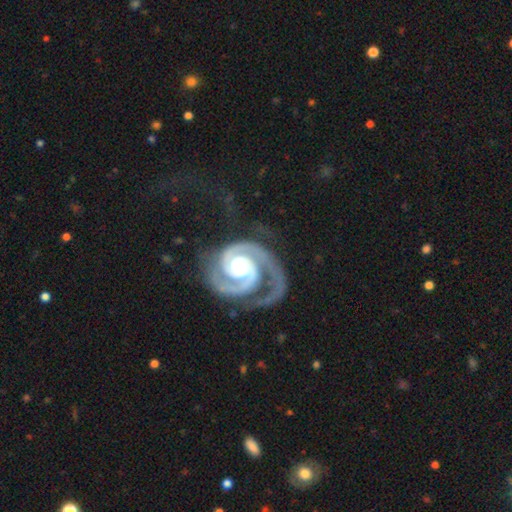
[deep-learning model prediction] Q: Smooth or featured?
A: featured or disk (94%); runner-up: star or artifact (3%)
Q: Edge-on disk?
A: no (98%); runner-up: yes (2%)
Q: Bar?
A: no (51%); runner-up: weak (31%)
Q: Spiral arms?
A: yes (99%); runner-up: no (1%)
Q: Spiral winding?
A: tight (62%); runner-up: medium (33%)
Q: Spiral arm count?
A: 2 (88%); runner-up: 3 (4%)
Q: Bulge size?
A: moderate (57%); runner-up: small (21%)
Q: Merging?
A: none (62%); runner-up: minor disturbance (19%)